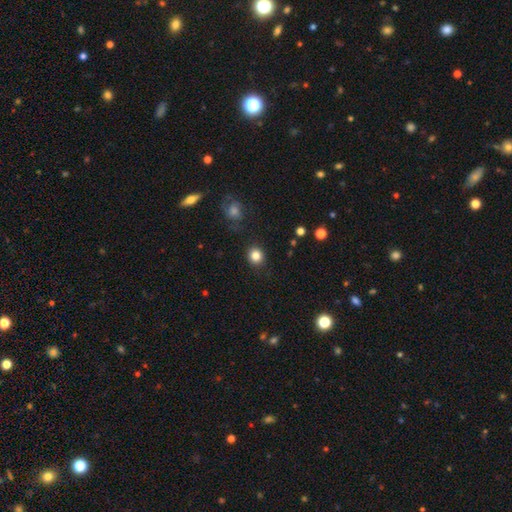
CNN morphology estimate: Smooth or featured? smooth (84%)
How rounded? round (85%)
Merging? none (89%)